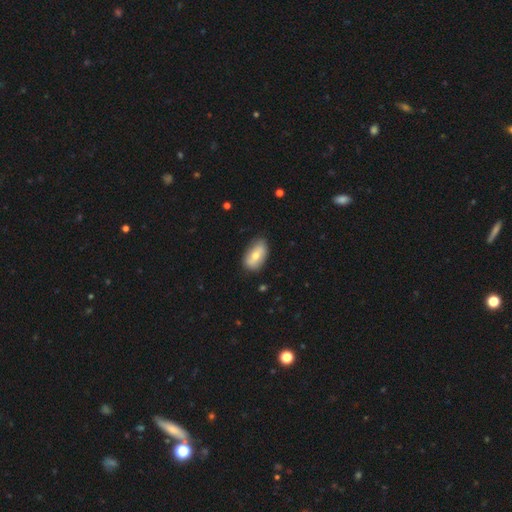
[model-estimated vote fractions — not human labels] Q: Smooth or featured?
A: smooth (63%); runner-up: featured or disk (31%)
Q: How rounded?
A: in between (91%); runner-up: round (6%)
Q: Merging?
A: none (77%); runner-up: minor disturbance (18%)